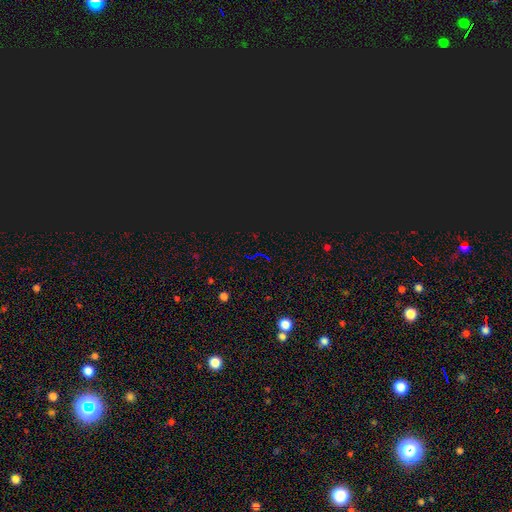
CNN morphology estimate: Q: Smooth or featured?
A: star or artifact (75%); runner-up: smooth (15%)